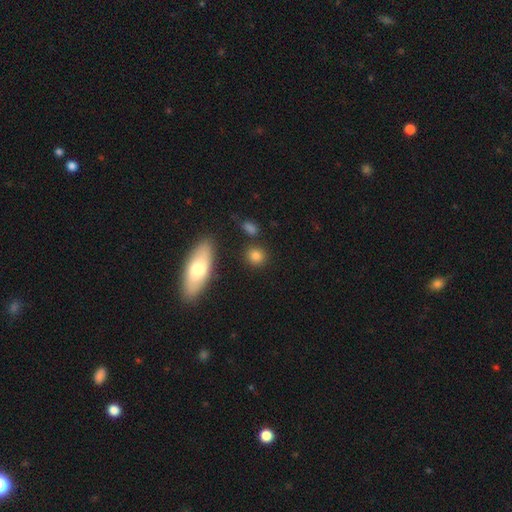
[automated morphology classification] This appears to be a smooth galaxy with no disk features (84%) that is round (77%). Merging: none (83%).